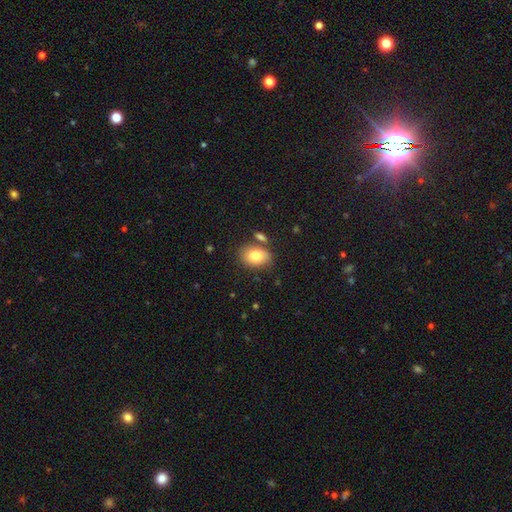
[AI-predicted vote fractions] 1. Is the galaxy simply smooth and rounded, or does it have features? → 82% smooth, 11% featured or disk, 7% star or artifact.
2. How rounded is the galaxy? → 78% in between, 20% round, 1% cigar-shaped.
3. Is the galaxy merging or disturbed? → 70% none, 15% minor disturbance, 11% merger, 4% major disturbance.